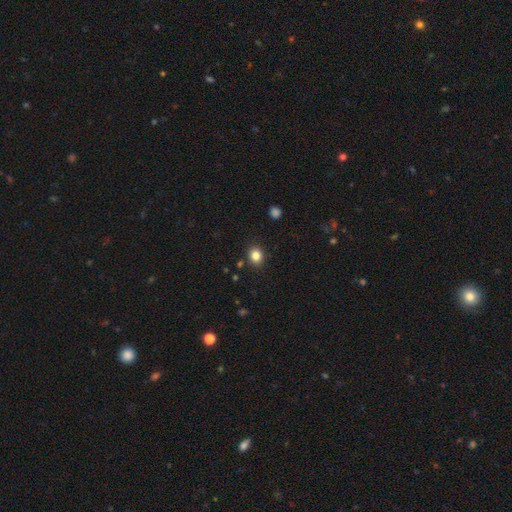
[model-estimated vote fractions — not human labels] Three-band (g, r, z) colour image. It shows a smooth galaxy with no disk features (83%) that is round (66%). Merging: none (88%).